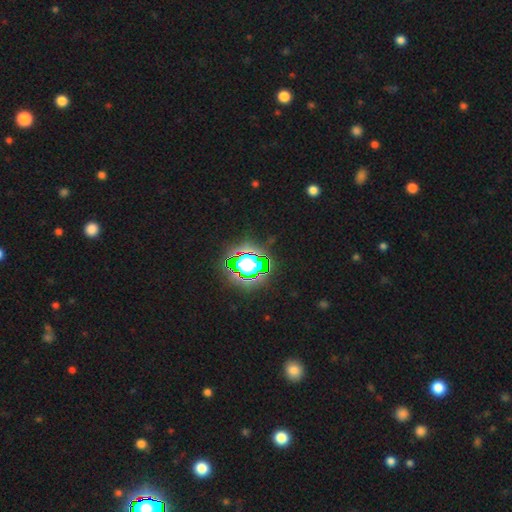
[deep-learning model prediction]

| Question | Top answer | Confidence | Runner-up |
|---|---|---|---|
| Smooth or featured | star or artifact | 81% | smooth (12%) |